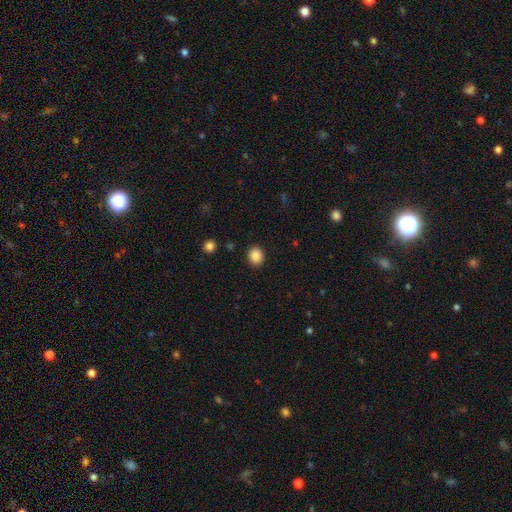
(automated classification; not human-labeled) A smooth galaxy with no disk features (88%) that is round (62%). Merging: none (90%).